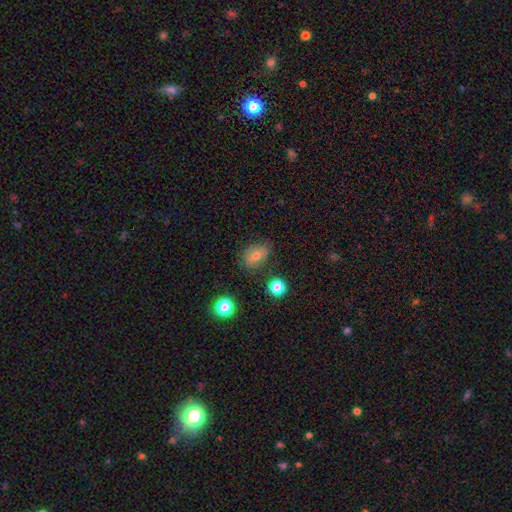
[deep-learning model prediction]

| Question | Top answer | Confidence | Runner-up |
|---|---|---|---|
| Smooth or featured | smooth | 65% | featured or disk (21%) |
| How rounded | in between | 69% | round (30%) |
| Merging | none | 75% | minor disturbance (18%) |